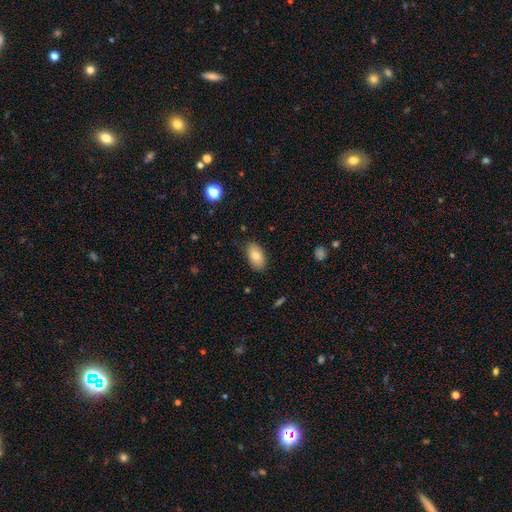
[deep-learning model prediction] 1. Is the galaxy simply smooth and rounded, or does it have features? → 79% smooth, 14% featured or disk, 7% star or artifact.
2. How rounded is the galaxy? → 93% in between, 5% round, 3% cigar-shaped.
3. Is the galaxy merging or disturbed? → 85% none, 12% minor disturbance, 2% major disturbance, 1% merger.